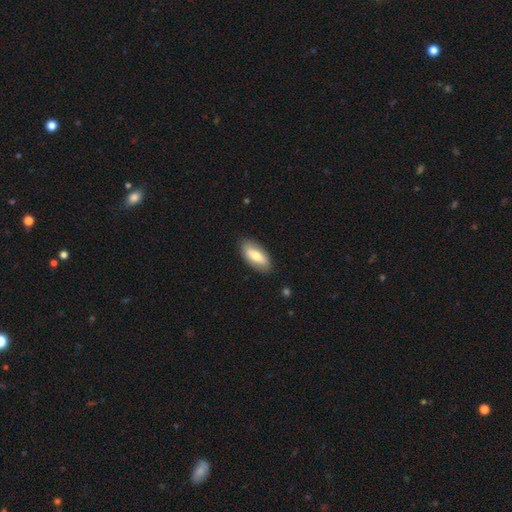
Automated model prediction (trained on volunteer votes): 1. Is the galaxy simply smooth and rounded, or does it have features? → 66% smooth, 28% featured or disk, 6% star or artifact.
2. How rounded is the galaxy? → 86% in between, 11% cigar-shaped, 2% round.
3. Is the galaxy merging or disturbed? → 84% none, 12% minor disturbance, 3% major disturbance, 1% merger.